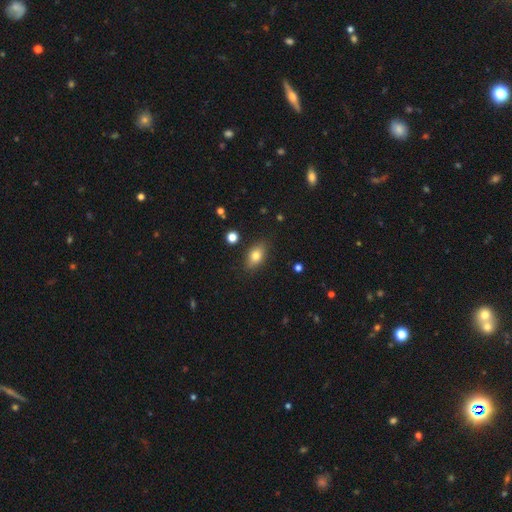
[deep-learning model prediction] Morphology: type=smooth (77%); roundness=in between (85%); merging=none (85%).